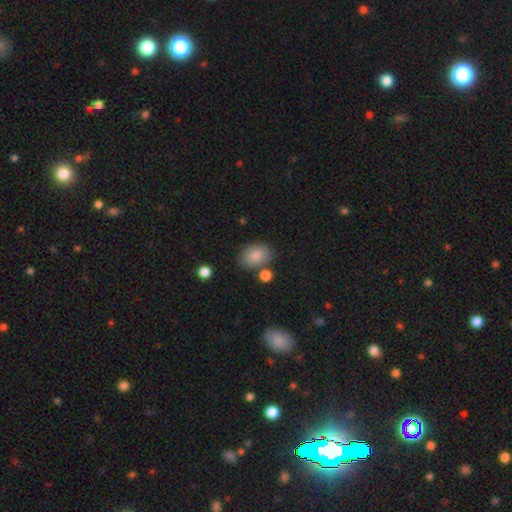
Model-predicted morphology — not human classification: Smooth or featured?
  - smooth: 85% *
  - star or artifact: 8%
  - featured or disk: 7%
How rounded?
  - in between: 72% *
  - round: 27%
  - cigar-shaped: 1%
Merging?
  - none: 73% *
  - minor disturbance: 14%
  - merger: 9%
  - major disturbance: 4%